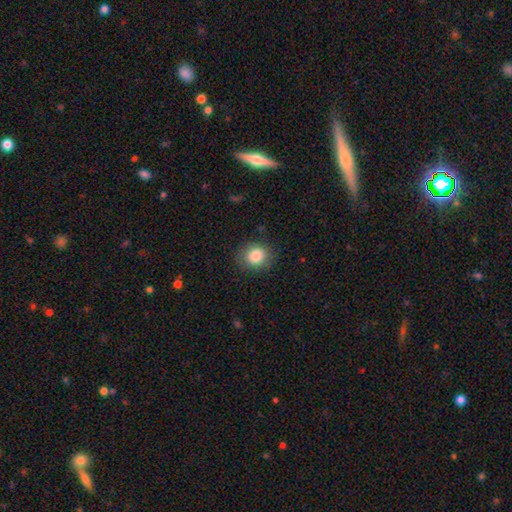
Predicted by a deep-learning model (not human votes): Q: Smooth or featured?
A: smooth (85%); runner-up: star or artifact (9%)
Q: How rounded?
A: round (72%); runner-up: in between (28%)
Q: Merging?
A: none (85%); runner-up: minor disturbance (11%)